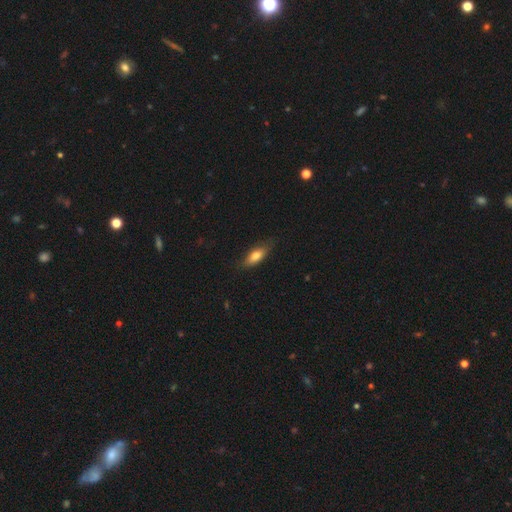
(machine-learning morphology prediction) smooth_or_featured: smooth (p=0.74) [alt: featured or disk p=0.19]
how_rounded: in between (p=0.71) [alt: cigar-shaped p=0.26]
merging: none (p=0.75) [alt: minor disturbance p=0.20]